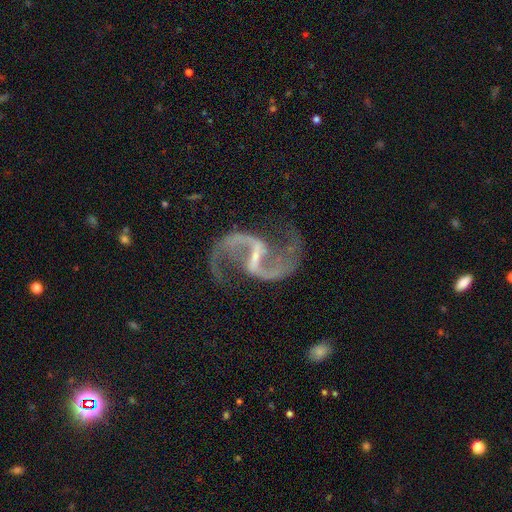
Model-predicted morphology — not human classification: Smooth or featured? featured or disk (94%)
Edge-on disk? no (98%)
Bar? strong (52%)
Spiral arms? yes (98%)
Spiral winding? loose (66%)
Spiral arm count? 2 (95%)
Bulge size? small (68%)
Merging? none (78%)